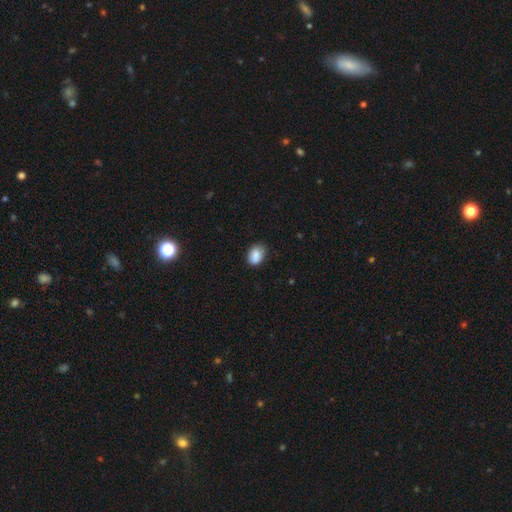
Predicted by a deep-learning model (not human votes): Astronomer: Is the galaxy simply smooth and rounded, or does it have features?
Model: smooth — 86%.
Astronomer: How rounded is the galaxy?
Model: in between — 76%.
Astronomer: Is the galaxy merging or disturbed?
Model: none — 72%.